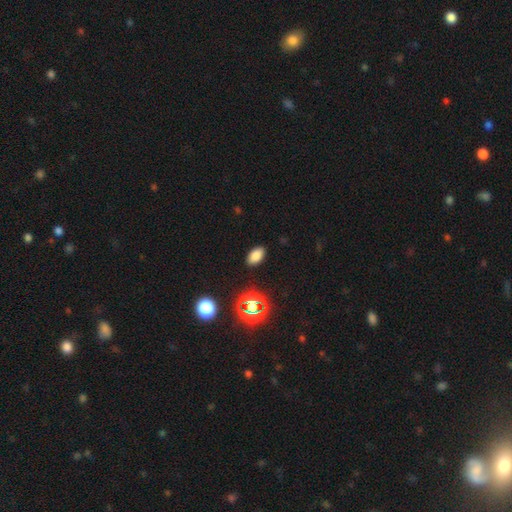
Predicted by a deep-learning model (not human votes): smooth 77%, star or artifact 17%, featured or disk 6%. Down the decision tree: how rounded — in between (91%); merging — none (88%).